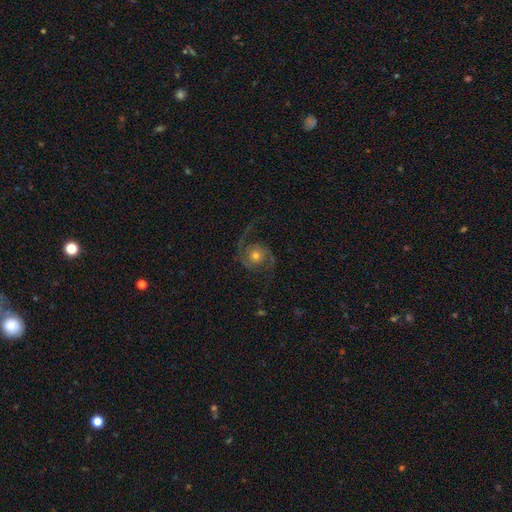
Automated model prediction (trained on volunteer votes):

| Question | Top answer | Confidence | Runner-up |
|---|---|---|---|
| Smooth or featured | featured or disk | 87% | smooth (7%) |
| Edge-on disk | no | 98% | yes (2%) |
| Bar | no | 75% | weak (20%) |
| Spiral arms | yes | 97% | no (3%) |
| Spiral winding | medium | 49% | loose (38%) |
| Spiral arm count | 2 | 93% | can't tell (2%) |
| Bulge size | moderate | 62% | small (29%) |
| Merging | none | 76% | minor disturbance (12%) |